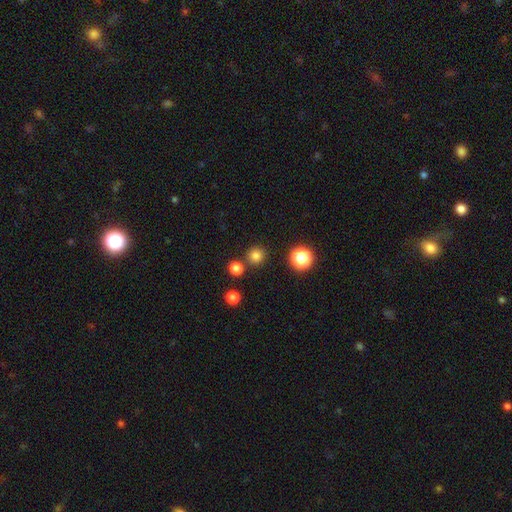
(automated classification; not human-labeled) A smooth galaxy with no disk features (79%) that is round (93%).

Vote fractions:
- Smooth or featured? smooth: 79% / star or artifact: 16% / featured or disk: 5%
- How rounded? round: 93% / in between: 6% / cigar-shaped: 1%
- Merging? none: 83% / merger: 9% / minor disturbance: 6% / major disturbance: 2%